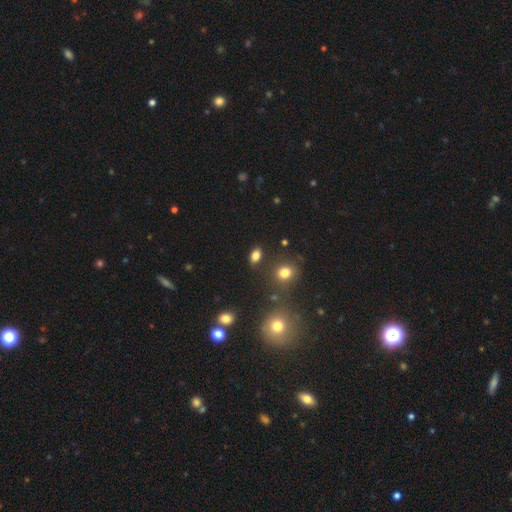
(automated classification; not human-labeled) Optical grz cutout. It shows a smooth galaxy with no disk features (81%) that is in between round and cigar-shaped (83%). Merging: none (82%).